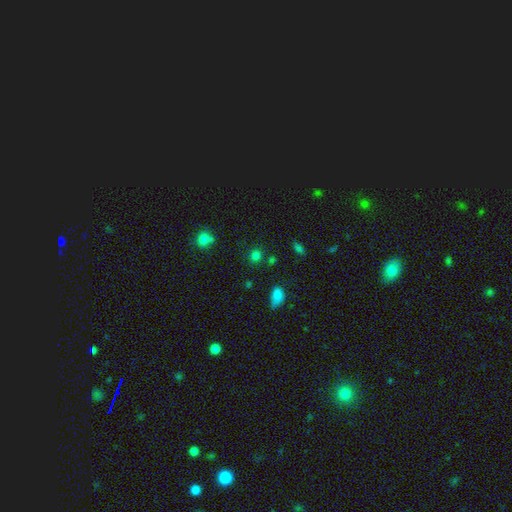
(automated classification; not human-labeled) This appears to be a smooth galaxy with no disk features (75%) that is round (78%). Merging: none (78%).